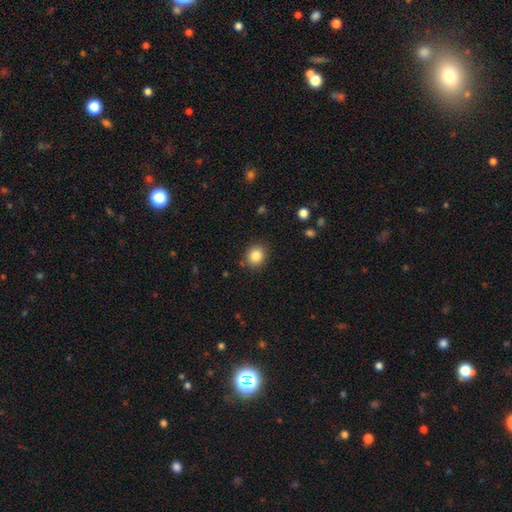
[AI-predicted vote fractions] A smooth galaxy with no disk features (85%) that is round (81%). Merging: none (87%).